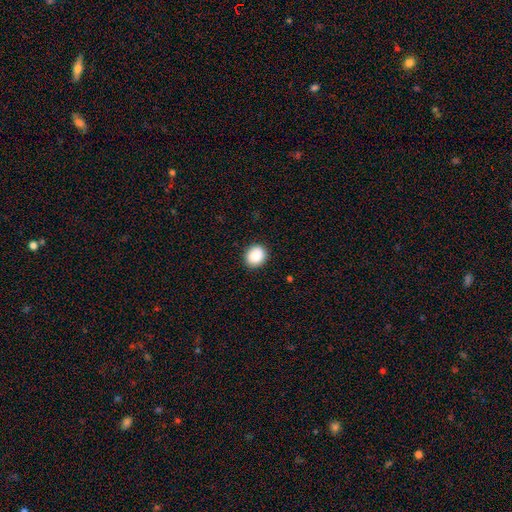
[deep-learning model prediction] Smooth or featured? smooth (89%)
How rounded? round (69%)
Merging? none (90%)